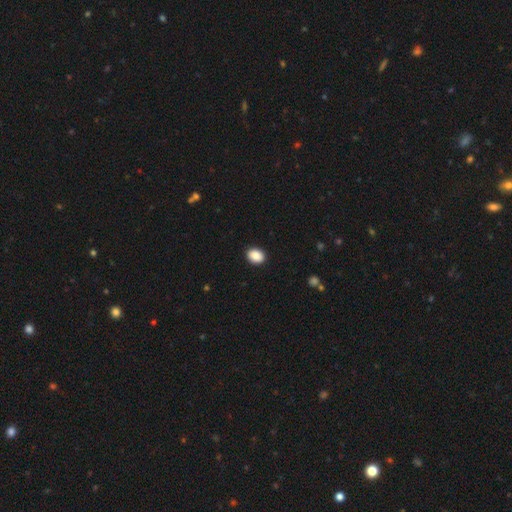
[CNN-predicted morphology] This appears to be a smooth galaxy with no disk features (89%) that is in between round and cigar-shaped (64%). Merging: none (91%).